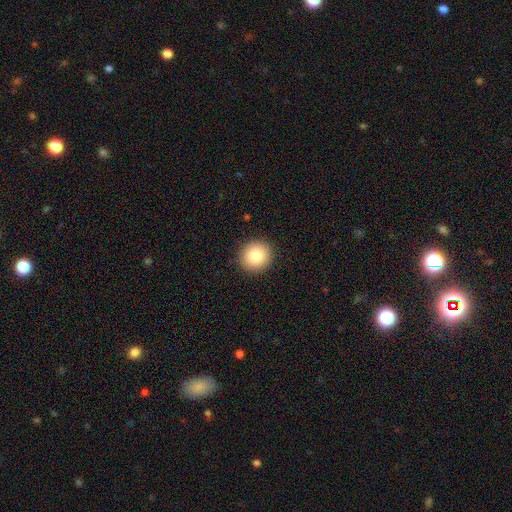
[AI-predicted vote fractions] Smooth or featured? Predicted: smooth (p=0.84). How rounded? Predicted: round (p=0.90). Merging? Predicted: none (p=0.92).